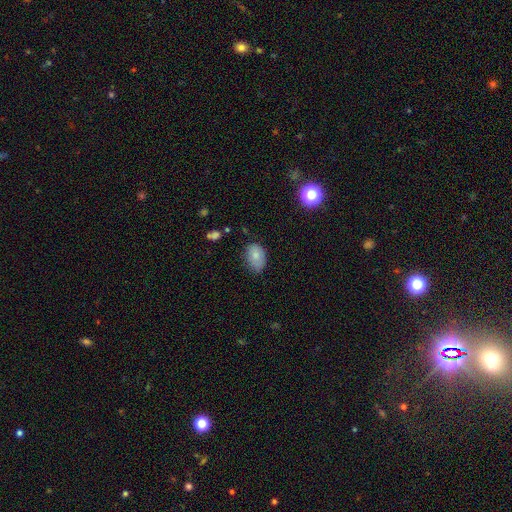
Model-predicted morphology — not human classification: smooth 81%, featured or disk 10%, star or artifact 9%. Down the decision tree: how rounded — in between (85%); merging — none (60%).